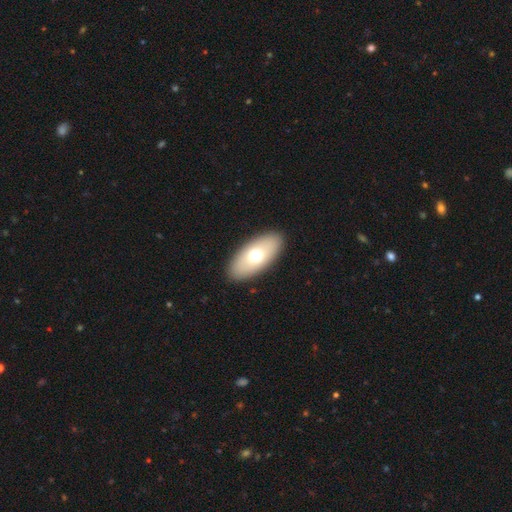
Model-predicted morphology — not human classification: Overall: smooth (67%). How rounded: in between (90%). Merging: none (90%).